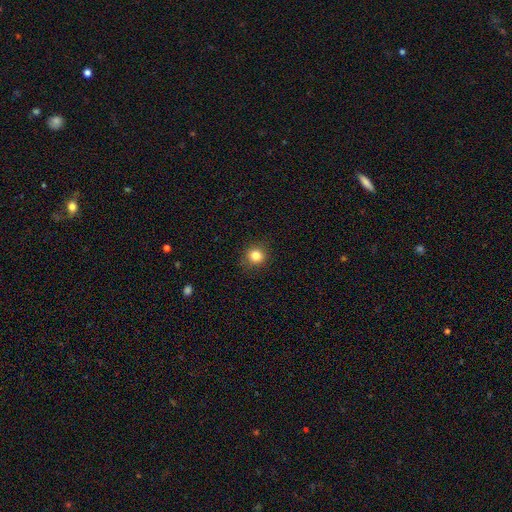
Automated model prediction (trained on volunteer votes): smooth-or-featured: smooth: 83% | star or artifact: 12% | featured or disk: 6%
  how-rounded: round: 89% | in between: 10% | cigar-shaped: 1%
  merging: none: 88% | minor disturbance: 8% | major disturbance: 2% | merger: 1%